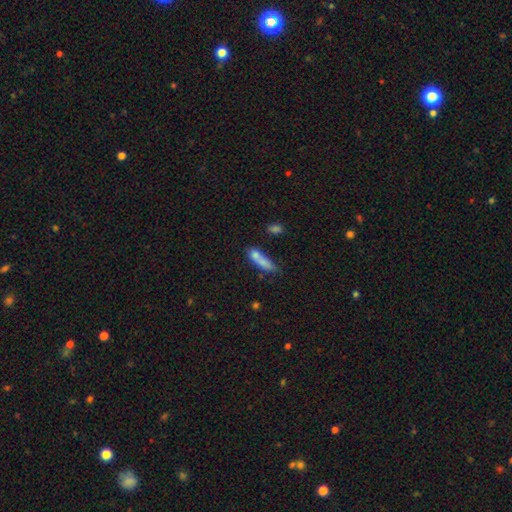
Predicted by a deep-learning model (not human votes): Q: Smooth or featured?
A: smooth (74%); runner-up: featured or disk (16%)
Q: How rounded?
A: cigar-shaped (59%); runner-up: in between (37%)
Q: Merging?
A: none (40%); runner-up: merger (33%)